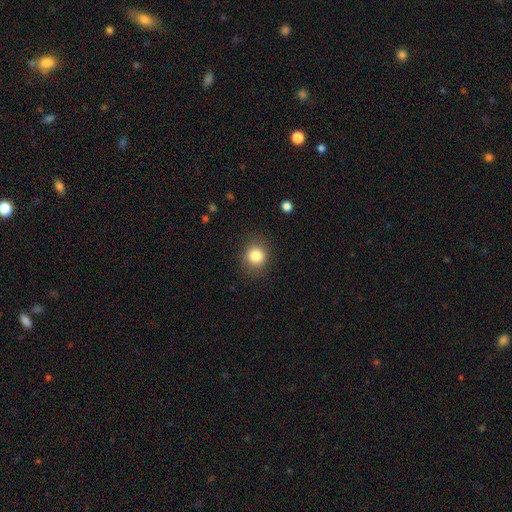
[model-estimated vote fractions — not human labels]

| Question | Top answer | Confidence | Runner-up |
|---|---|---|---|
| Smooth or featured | smooth | 83% | star or artifact (11%) |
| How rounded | round | 81% | in between (18%) |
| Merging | none | 86% | minor disturbance (10%) |